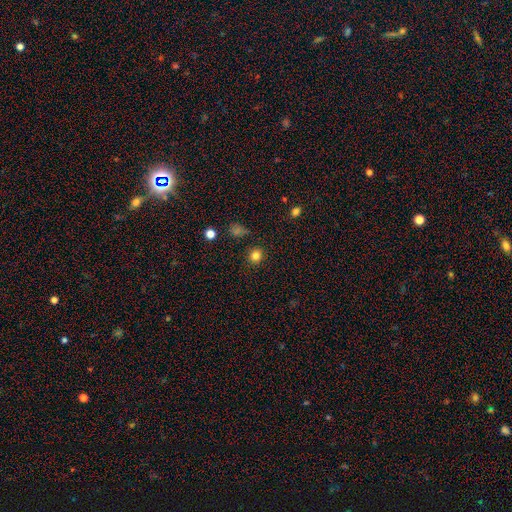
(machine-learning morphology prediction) Overall: smooth (82%). How rounded: round (87%). Merging: none (88%).